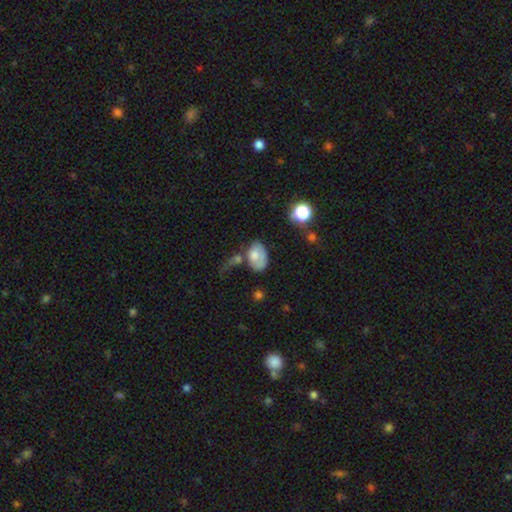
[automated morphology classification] This appears to be a smooth galaxy with no disk features (60%) that is in between round and cigar-shaped (84%). Merging: none (28%).